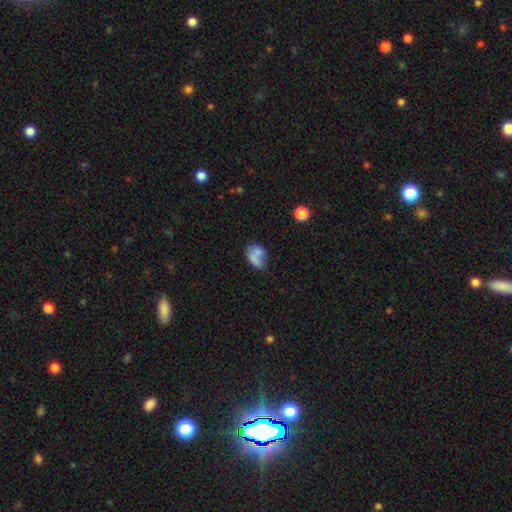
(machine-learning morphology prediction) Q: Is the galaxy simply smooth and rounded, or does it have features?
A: smooth — 65%.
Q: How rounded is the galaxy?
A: in between — 74%.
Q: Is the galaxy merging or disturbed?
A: merger — 33%.